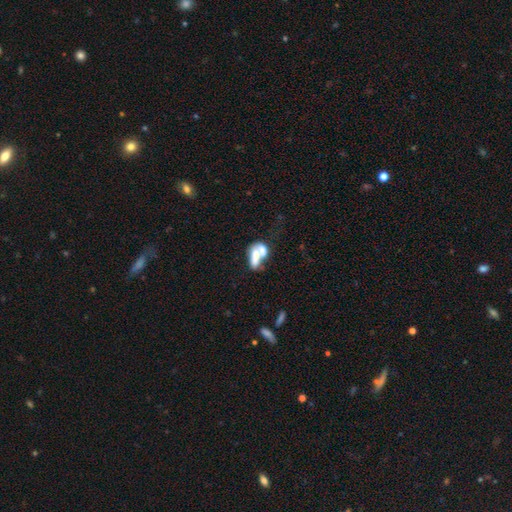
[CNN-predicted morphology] Overall: smooth (57%; featured or disk 32%). How rounded: in between (80%). Merging: merger (63%).